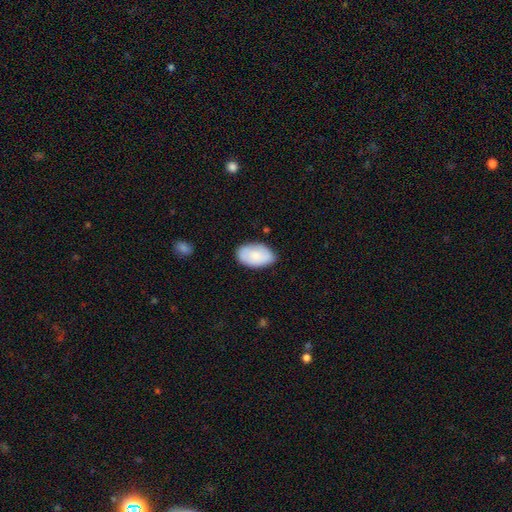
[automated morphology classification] This is likely a smooth galaxy (77%). How rounded: clearly in between (93%). Merging: likely none (77%).